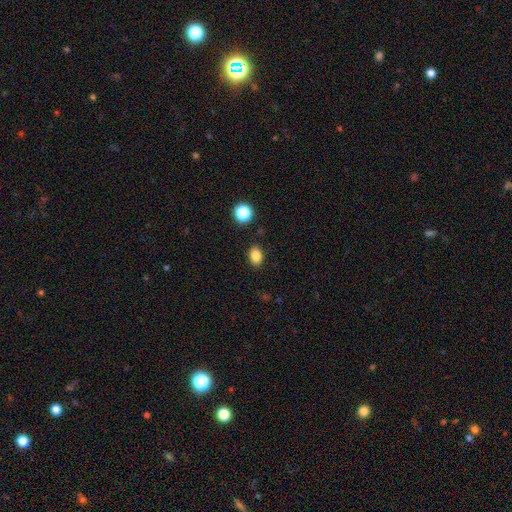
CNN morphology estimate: Q: Smooth or featured?
A: smooth (85%); runner-up: star or artifact (11%)
Q: How rounded?
A: in between (76%); runner-up: round (23%)
Q: Merging?
A: none (87%); runner-up: minor disturbance (9%)